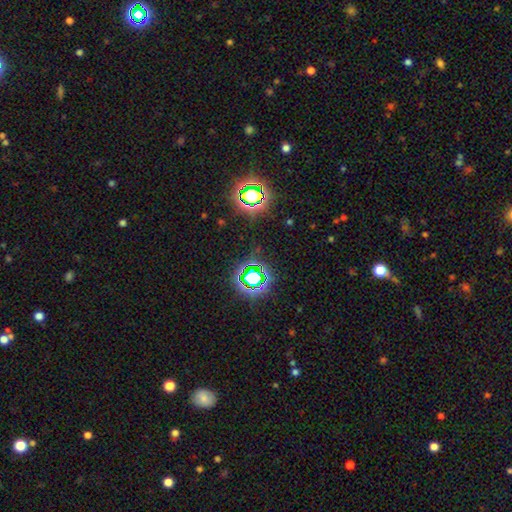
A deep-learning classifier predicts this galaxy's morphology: type=star or artifact (77%).